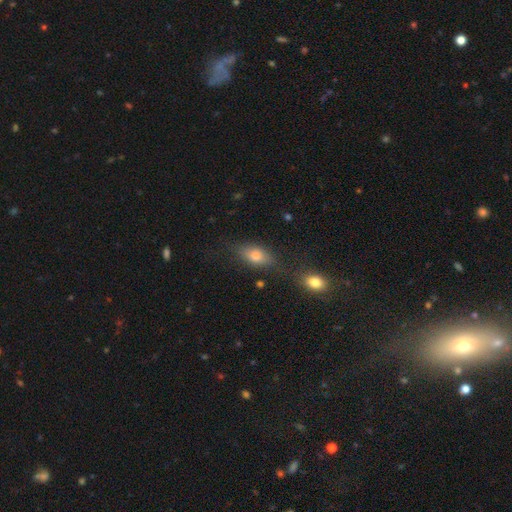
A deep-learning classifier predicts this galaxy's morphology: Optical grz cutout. It shows a smooth galaxy with no disk features (75%) that is in between round and cigar-shaped (80%). Merging: none (66%).